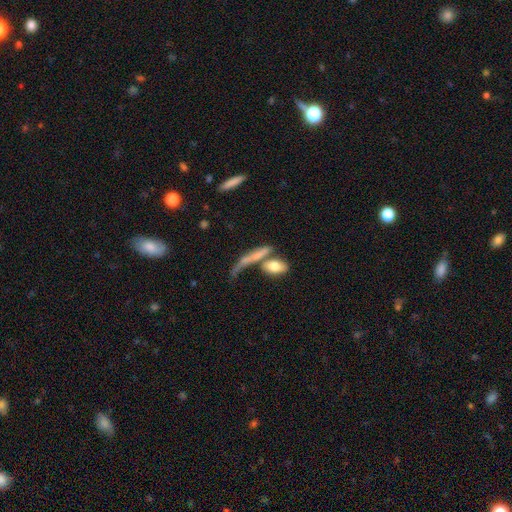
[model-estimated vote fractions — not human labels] The model was most divided on "merging" (2-way tie): merger: 34%, none: 34%, major disturbance: 17%, minor disturbance: 15%. Remaining: smooth or featured — smooth (57%); how rounded — cigar-shaped (49%).